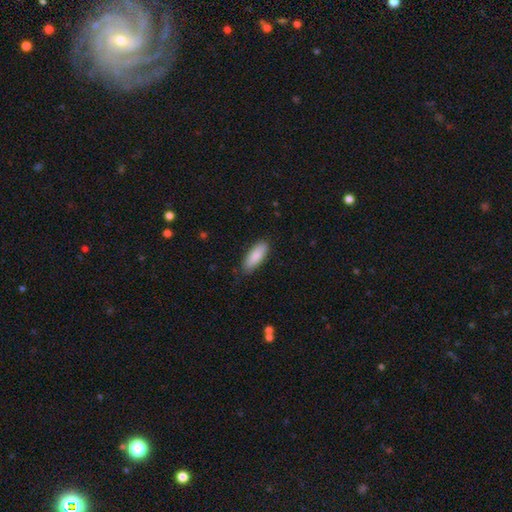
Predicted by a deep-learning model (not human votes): smooth_or_featured: smooth (p=0.87) [alt: featured or disk p=0.08]
how_rounded: in between (p=0.70) [alt: cigar-shaped p=0.28]
merging: none (p=0.83) [alt: minor disturbance p=0.14]